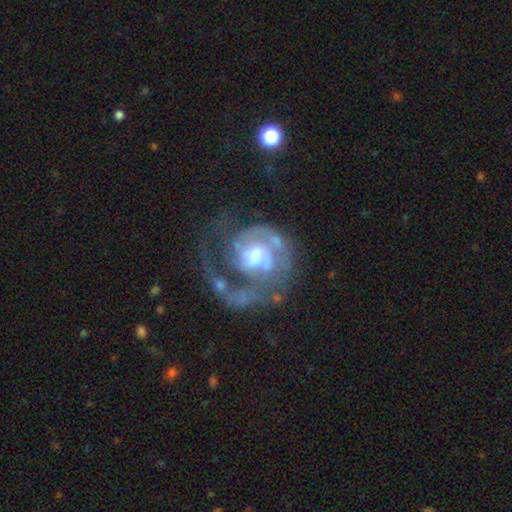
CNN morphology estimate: The model was most divided on "spiral winding" (2-way tie): tight: 39%, medium: 39%, loose: 22%. Remaining: edge-on disk — no (98%); spiral arms — yes (89%); smooth or featured — featured or disk (83%); bar — no (53%); bulge size — moderate (52%); merging — major disturbance (44%); spiral arm count — 1 (43%).